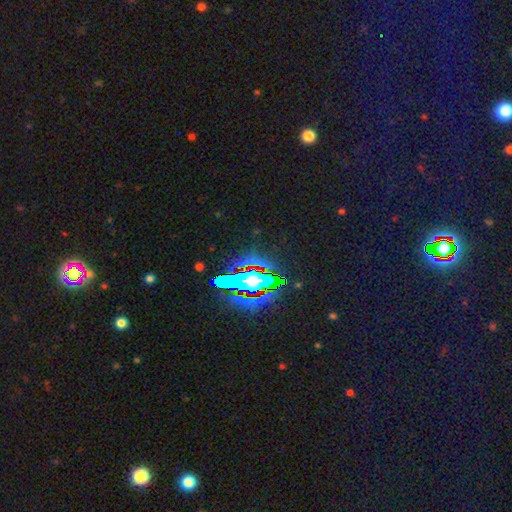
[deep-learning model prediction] smooth-or-featured: star or artifact: 80% | smooth: 11% | featured or disk: 9%